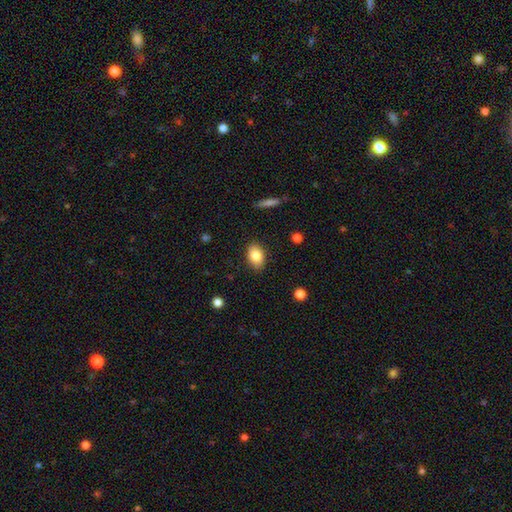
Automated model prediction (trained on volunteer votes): Smooth or featured?
  - smooth: 84% *
  - featured or disk: 9%
  - star or artifact: 8%
How rounded?
  - in between: 85% *
  - round: 13%
  - cigar-shaped: 1%
Merging?
  - none: 87% *
  - minor disturbance: 10%
  - major disturbance: 2%
  - merger: 1%